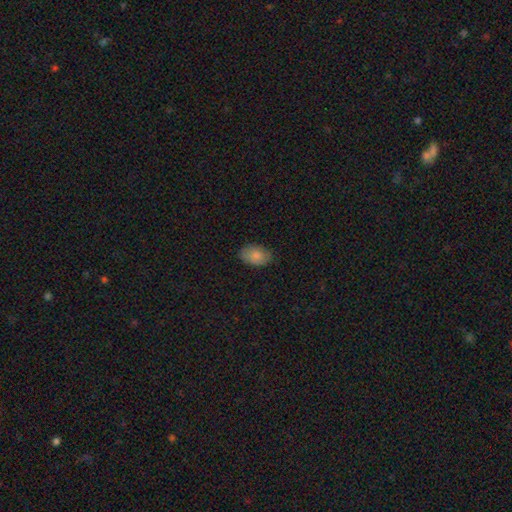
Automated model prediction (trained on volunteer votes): Morphology: type=smooth (83%); roundness=in between (87%); merging=none (82%).